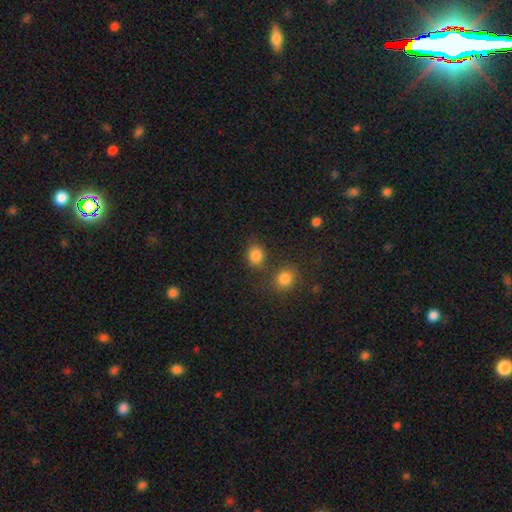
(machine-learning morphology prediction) type=smooth (84%); roundness=round (68%); merging=none (68%).